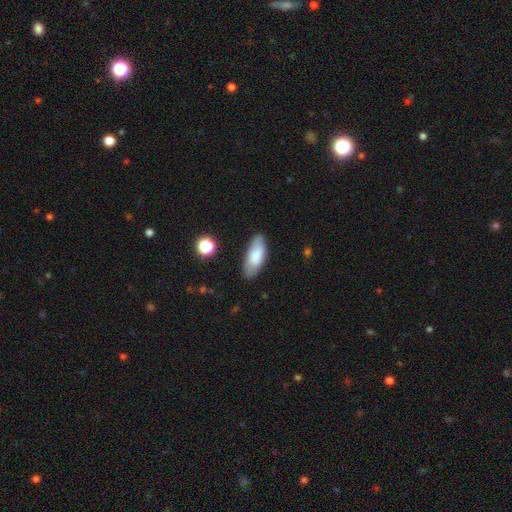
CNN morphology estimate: smooth 77%, featured or disk 16%, star or artifact 7%. Down the decision tree: how rounded — in between (80%); merging — none (80%).